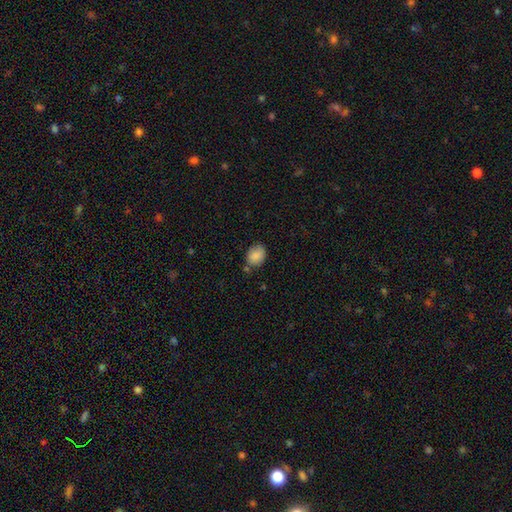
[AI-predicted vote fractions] smooth-or-featured: smooth: 87% | star or artifact: 8% | featured or disk: 5%
  how-rounded: in between: 56% | round: 43% | cigar-shaped: 1%
  merging: none: 70% | minor disturbance: 19% | merger: 7% | major disturbance: 4%